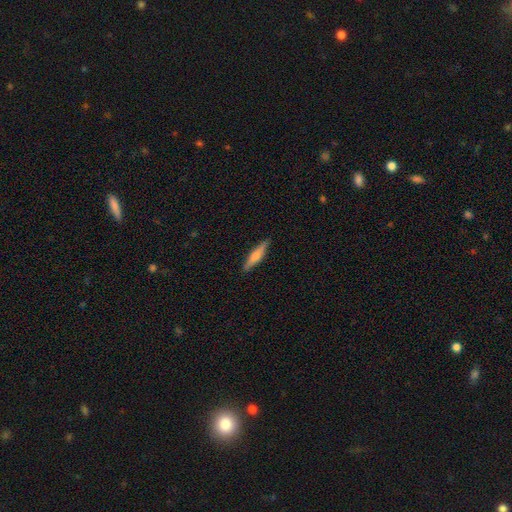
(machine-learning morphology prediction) This appears to be a featured or disk galaxy (49%). Merging: none (90%).